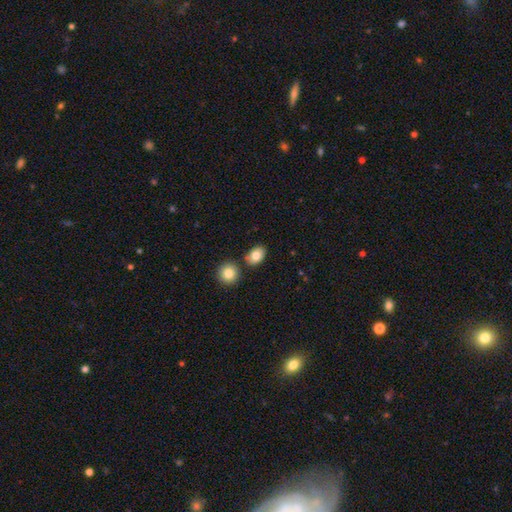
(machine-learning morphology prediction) Smooth or featured: smooth — 82% (featured or disk — 10%)
How rounded: in between — 74% (round — 25%)
Merging: none — 75% (merger — 12%)